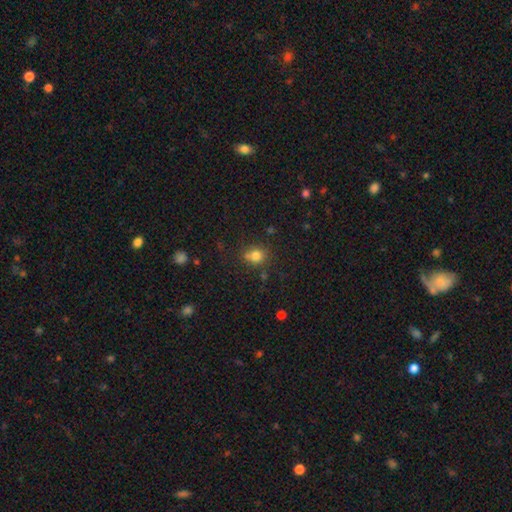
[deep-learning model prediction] smooth-or-featured: smooth: 78% | star or artifact: 14% | featured or disk: 8%
  how-rounded: round: 77% | in between: 22% | cigar-shaped: 1%
  merging: none: 64% | minor disturbance: 16% | merger: 16% | major disturbance: 5%